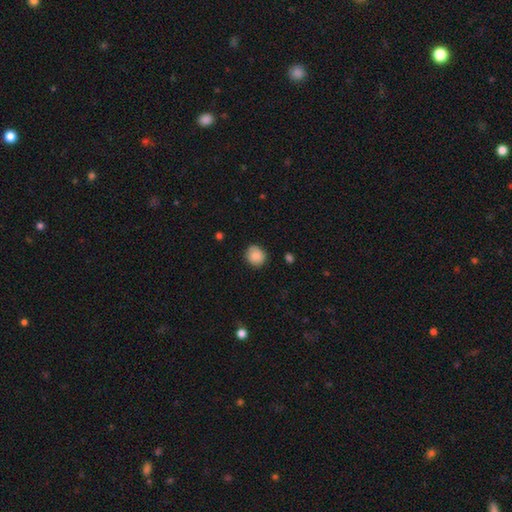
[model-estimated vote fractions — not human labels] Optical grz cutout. It shows a smooth galaxy with no disk features (85%) that is round (80%). Merging: none (83%).